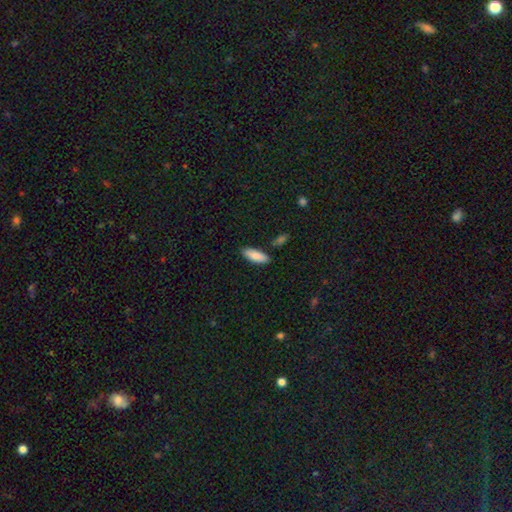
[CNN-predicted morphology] smooth-or-featured: smooth: 87% | featured or disk: 7% | star or artifact: 6%
  how-rounded: in between: 68% | cigar-shaped: 30% | round: 2%
  merging: none: 84% | minor disturbance: 10% | merger: 4% | major disturbance: 2%